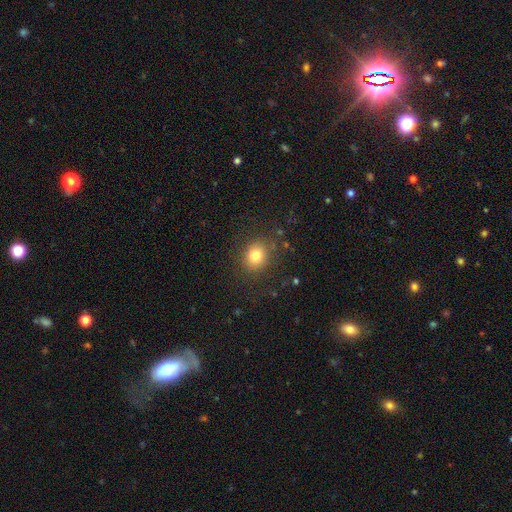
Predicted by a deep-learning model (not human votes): smooth 80%, star or artifact 12%, featured or disk 8%. Down the decision tree: how rounded — round (69%); merging — none (84%).